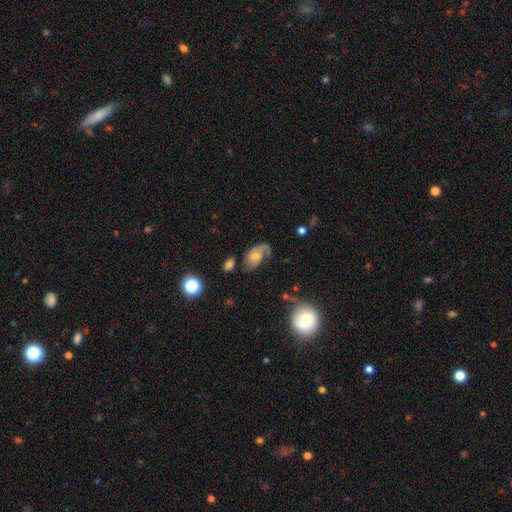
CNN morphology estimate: Overall: featured or disk (62%; smooth 28%). Edge-on disk: no (96%). Bar: no (64%; weak 30%). Spiral arms: yes (87%). Spiral arm count: 2 (54%; 1 33%). Spiral winding: medium (40%, tied with loose). Bulge size: moderate (41%; small 36%). Merging: none (44%; minor disturbance 26%).